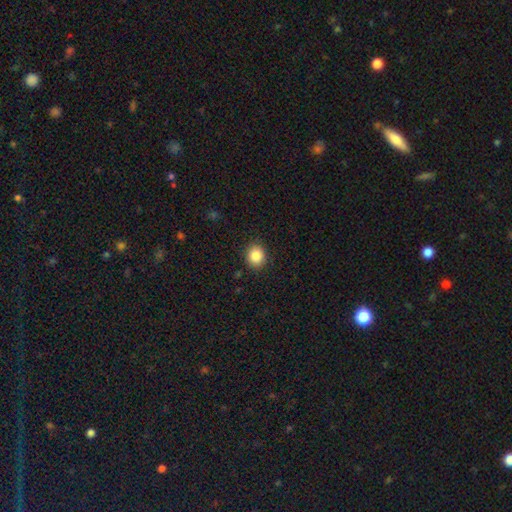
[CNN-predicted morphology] Smooth or featured: smooth — 86% (star or artifact — 9%)
How rounded: round — 72% (in between — 27%)
Merging: none — 89% (minor disturbance — 7%)